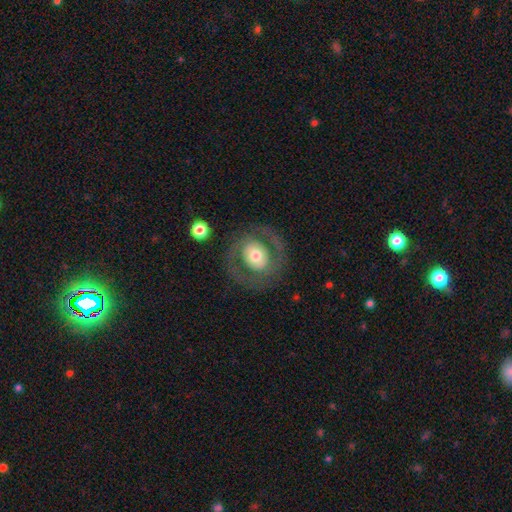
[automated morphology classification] A featured or disk galaxy (60%) with no bar (69%), no spiral arms (54%) and a moderate central bulge (62%). Merging: none (77%).